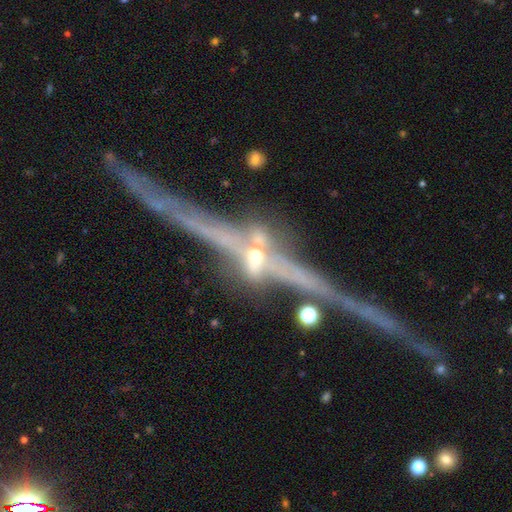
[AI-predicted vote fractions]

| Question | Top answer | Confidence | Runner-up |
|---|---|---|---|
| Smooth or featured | featured or disk | 70% | star or artifact (16%) |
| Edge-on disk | yes | 85% | no (15%) |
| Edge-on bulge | rounded | 69% | none (20%) |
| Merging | none | 58% | minor disturbance (16%) |